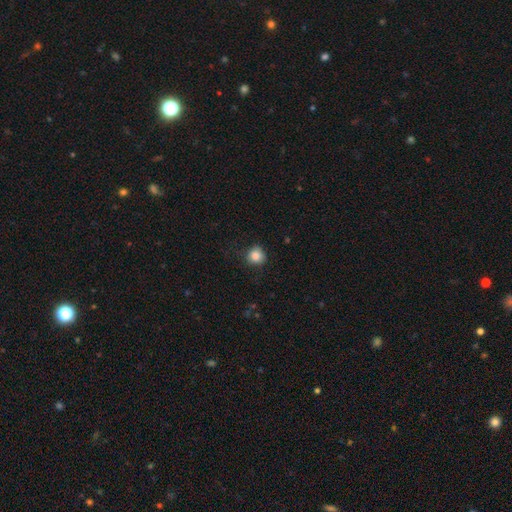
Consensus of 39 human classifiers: smooth-or-featured: smooth: 82% | star or artifact: 10% | featured or disk: 8%
  how-rounded: round: 94% | in between: 6% | cigar-shaped: 0%
  merging: none: 86% | minor disturbance: 14% | major disturbance: 0% | merger: 0%